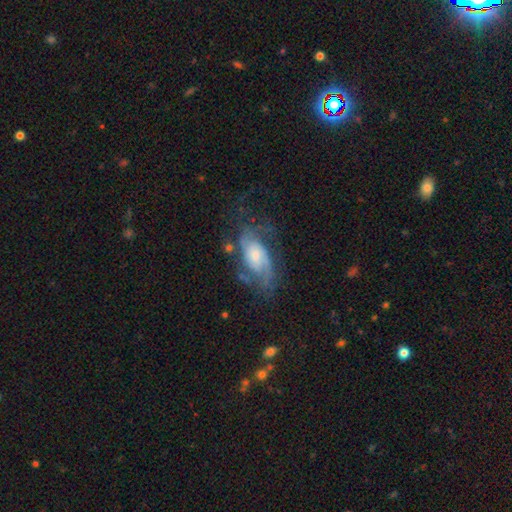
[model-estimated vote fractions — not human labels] smooth-or-featured: featured or disk: 76% | smooth: 18% | star or artifact: 7%
  disk-edge-on: no: 95% | yes: 5%
    bar: no: 60% | weak: 34% | strong: 6%
    has-spiral-arms: yes: 90% | no: 10%
      spiral-winding: medium: 44% | tight: 33% | loose: 23%
      spiral-arm-count: 2: 47% | can't tell: 27% | 3: 11% | 1: 8% | 4: 4% | more than 4: 3%
    bulge-size: moderate: 44% | small: 36% | large: 13% | none: 6% | dominant: 2%
  merging: none: 51% | major disturbance: 23% | minor disturbance: 22% | merger: 4%